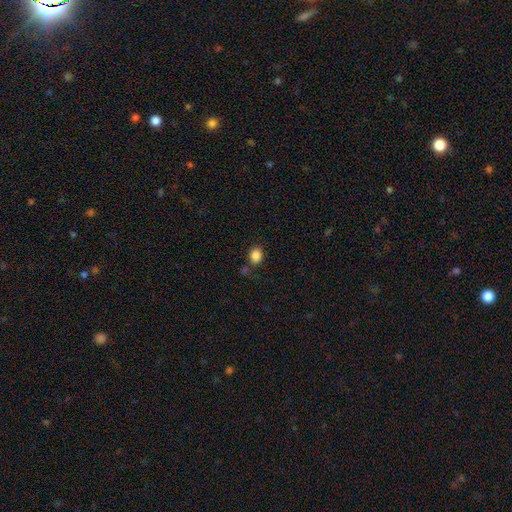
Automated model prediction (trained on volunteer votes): smooth_or_featured: smooth (p=0.86) [alt: star or artifact p=0.10]
how_rounded: round (p=0.63) [alt: in between p=0.36]
merging: none (p=0.79) [alt: minor disturbance p=0.11]